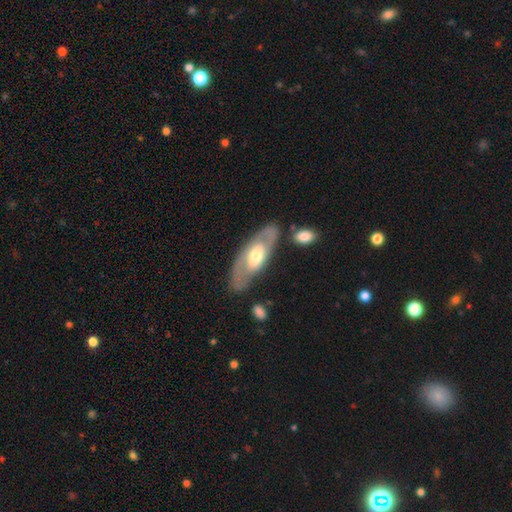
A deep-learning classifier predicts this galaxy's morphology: Smooth or featured? Predicted: featured or disk (p=0.66). Edge-on disk? Predicted: no (p=0.82). Bar? Predicted: no (p=0.64). Spiral arms? Predicted: no (p=0.50, tied with yes). Bulge size? Predicted: moderate (p=0.66). Merging? Predicted: none (p=0.77).